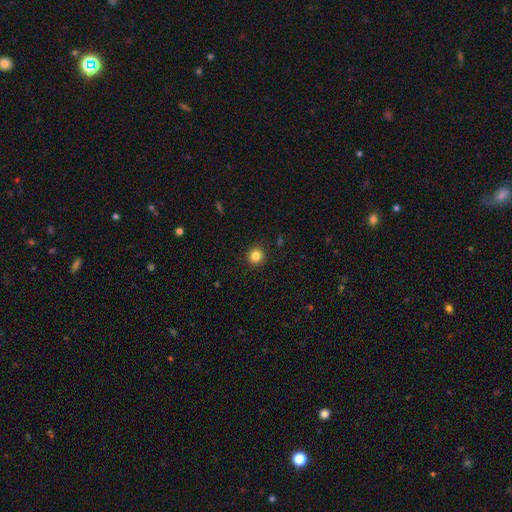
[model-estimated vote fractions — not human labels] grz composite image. It shows a smooth galaxy with no disk features (84%) that is round (94%). Merging: none (92%).